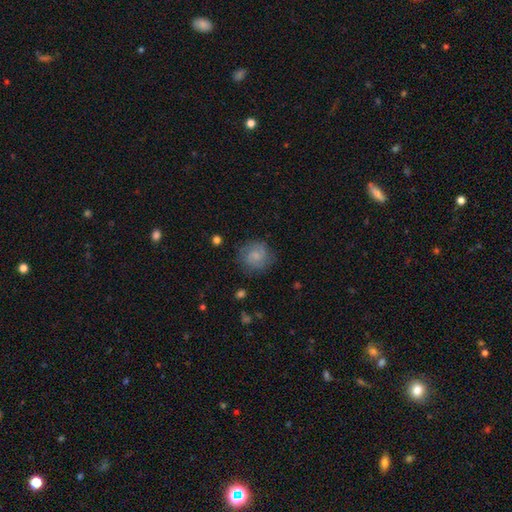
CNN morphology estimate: smooth_or_featured: smooth (p=0.58) [alt: featured or disk p=0.34]
how_rounded: round (p=0.84) [alt: in between p=0.15]
merging: none (p=0.75) [alt: minor disturbance p=0.17]